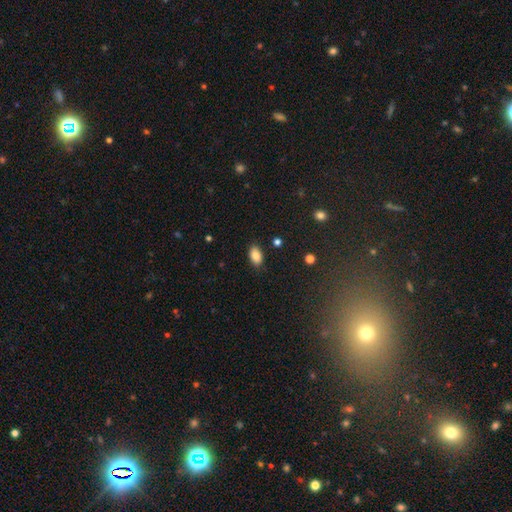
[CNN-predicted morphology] Smooth or featured? smooth (86%)
How rounded? in between (91%)
Merging? none (85%)